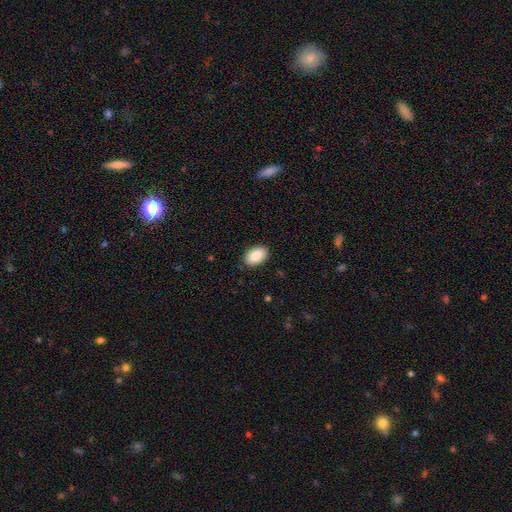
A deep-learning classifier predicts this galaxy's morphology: Overall: smooth (88%). How rounded: in between (91%). Merging: none (89%).